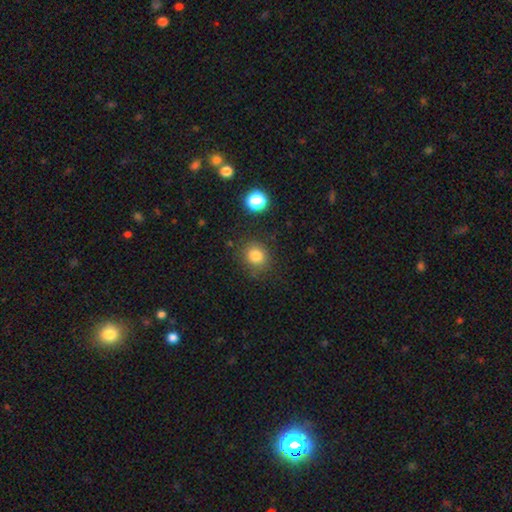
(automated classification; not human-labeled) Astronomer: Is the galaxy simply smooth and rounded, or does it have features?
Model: smooth — 81%.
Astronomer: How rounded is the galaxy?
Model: round — 80%.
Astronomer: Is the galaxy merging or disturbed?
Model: none — 83%.